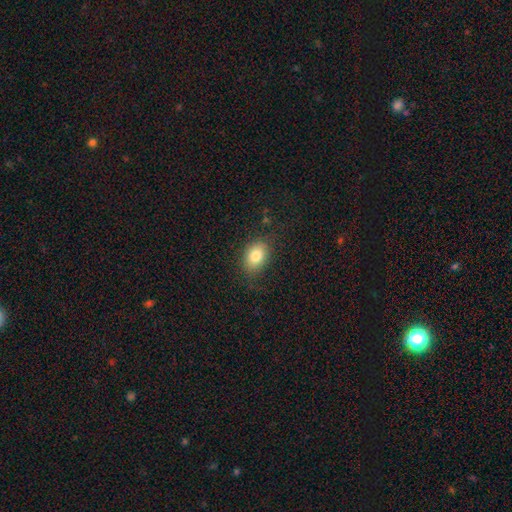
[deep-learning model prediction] A smooth galaxy with no disk features (81%) that is in between round and cigar-shaped (75%).

Vote fractions:
- Smooth or featured? smooth: 81% / star or artifact: 9% / featured or disk: 9%
- How rounded? in between: 75% / round: 24% / cigar-shaped: 1%
- Merging? none: 79% / minor disturbance: 15% / major disturbance: 5% / merger: 1%